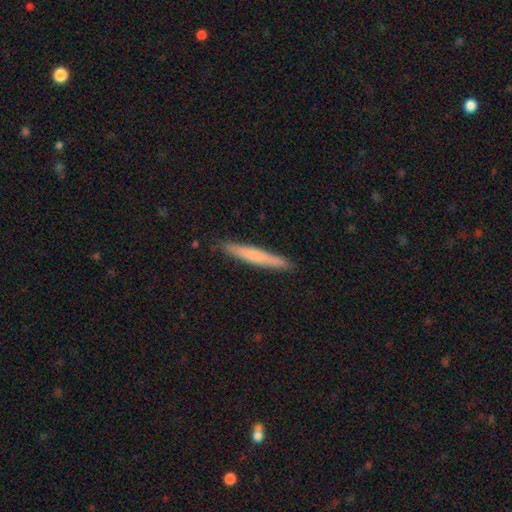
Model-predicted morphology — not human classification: Smooth or featured: smooth — 65% (featured or disk — 30%)
How rounded: cigar-shaped — 96% (in between — 3%)
Merging: none — 90% (minor disturbance — 7%)